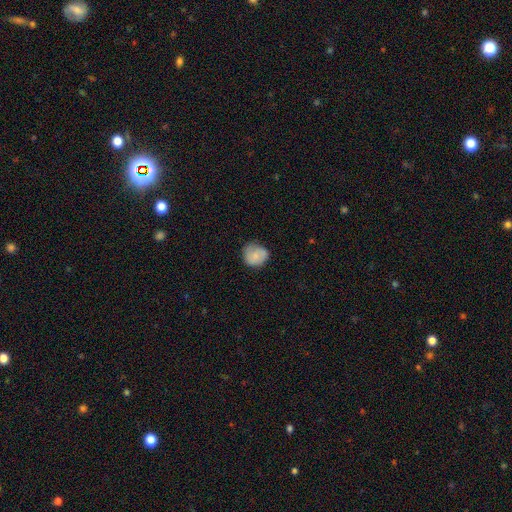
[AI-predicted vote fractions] This is likely a smooth galaxy (74%). How rounded: likely round (79%). Merging: likely none (64%).